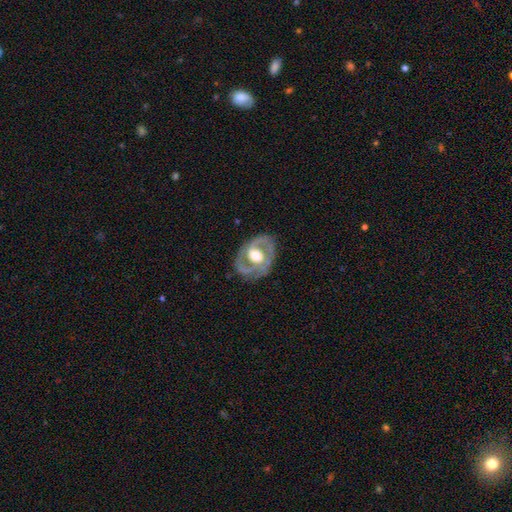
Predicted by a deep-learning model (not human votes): The model was most divided on "spiral winding": medium: 47%, tight: 37%, loose: 16%. More confident: edge-on disk — no (96%); smooth or featured — featured or disk (82%); spiral arms — yes (81%); spiral arm count — 2 (79%); merging — none (74%); bulge size — moderate (58%); bar — no (53%).